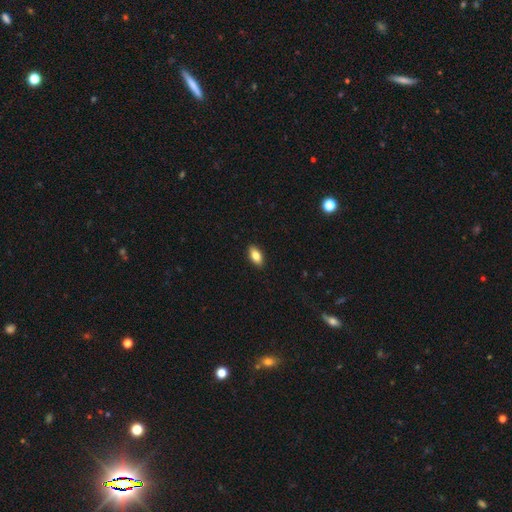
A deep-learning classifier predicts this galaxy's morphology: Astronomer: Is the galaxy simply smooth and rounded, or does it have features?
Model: smooth — 84%.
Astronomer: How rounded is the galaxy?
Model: in between — 91%.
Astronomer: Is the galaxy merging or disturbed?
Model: none — 90%.